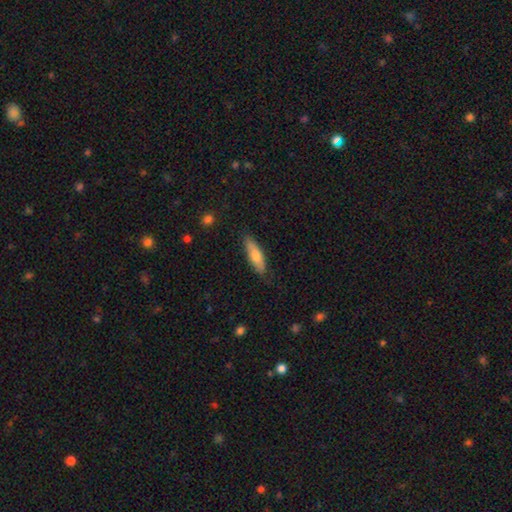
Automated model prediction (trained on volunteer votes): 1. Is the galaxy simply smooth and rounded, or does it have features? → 68% smooth, 26% featured or disk, 6% star or artifact.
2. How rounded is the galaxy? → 57% cigar-shaped, 41% in between, 2% round.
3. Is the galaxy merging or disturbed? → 83% none, 14% minor disturbance, 2% major disturbance, 1% merger.